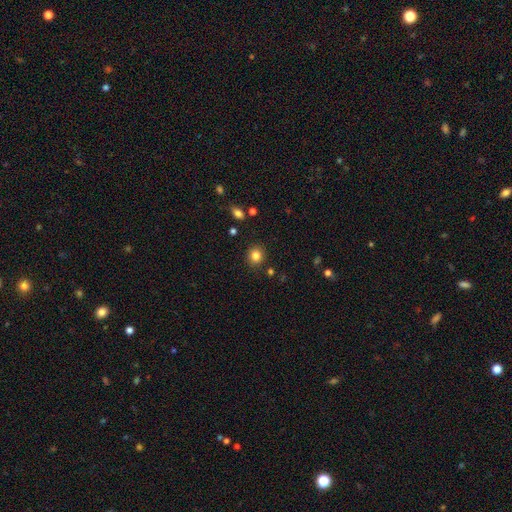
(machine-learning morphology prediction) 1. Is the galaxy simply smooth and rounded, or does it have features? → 83% smooth, 11% star or artifact, 6% featured or disk.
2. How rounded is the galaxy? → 84% round, 15% in between, 1% cigar-shaped.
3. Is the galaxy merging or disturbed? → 89% none, 7% minor disturbance, 2% major disturbance, 2% merger.